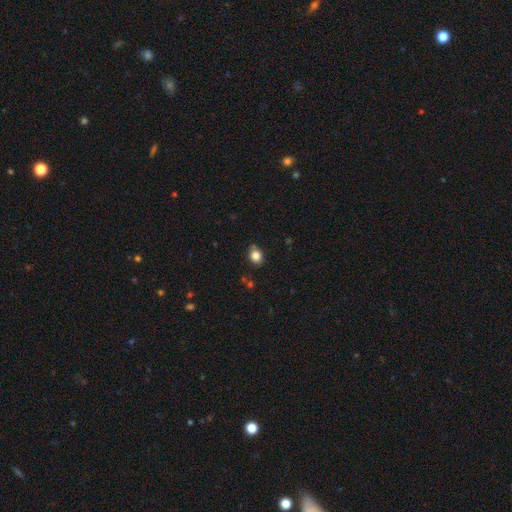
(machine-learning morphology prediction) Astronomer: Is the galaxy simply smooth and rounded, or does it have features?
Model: smooth — 83%.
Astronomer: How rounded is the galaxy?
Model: in between — 52% (runner-up: round, 47%).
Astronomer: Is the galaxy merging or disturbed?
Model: none — 80%.